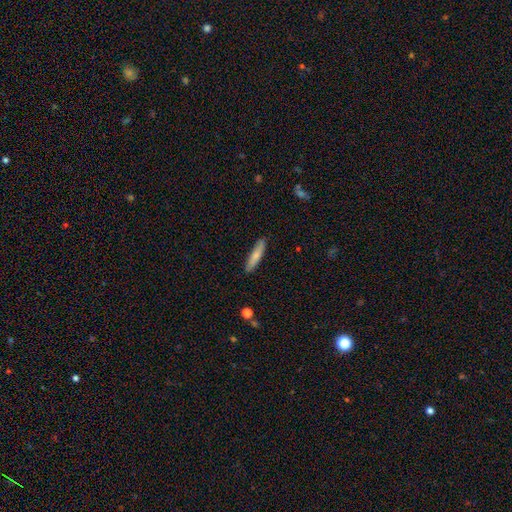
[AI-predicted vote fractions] smooth_or_featured: smooth (p=0.73) [alt: featured or disk p=0.21]
how_rounded: cigar-shaped (p=0.84) [alt: in between p=0.14]
merging: none (p=0.87) [alt: minor disturbance p=0.10]